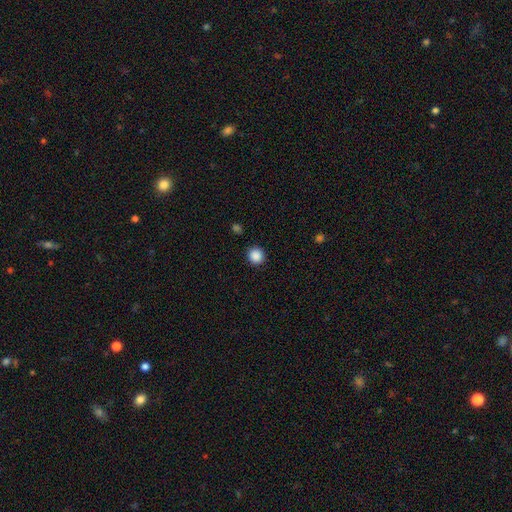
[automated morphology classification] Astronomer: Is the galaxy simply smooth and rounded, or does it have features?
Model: smooth — 88%.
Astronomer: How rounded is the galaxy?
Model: round — 92%.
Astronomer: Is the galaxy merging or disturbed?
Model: none — 91%.